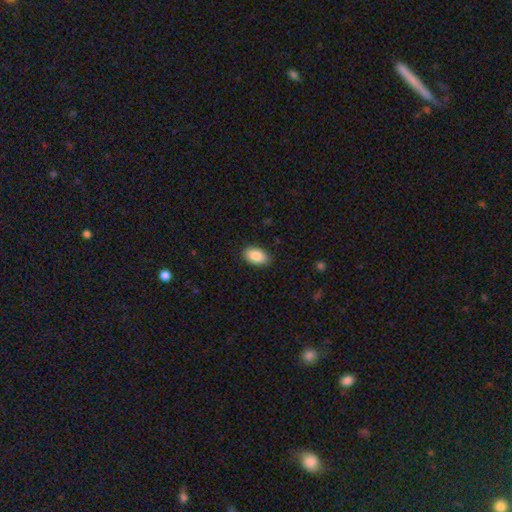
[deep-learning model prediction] Overall: smooth (87%). How rounded: in between (93%). Merging: none (88%).